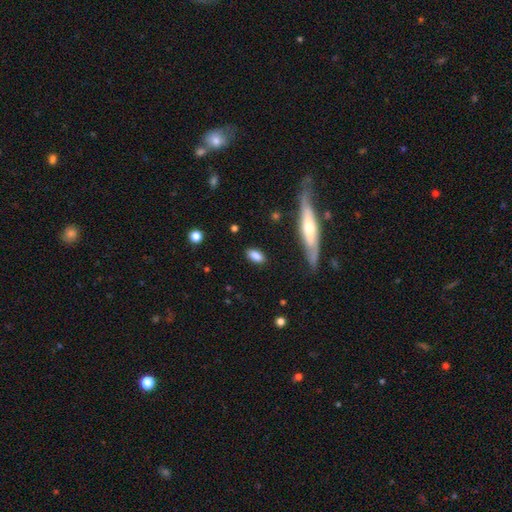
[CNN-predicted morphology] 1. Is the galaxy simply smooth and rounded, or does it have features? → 84% smooth, 9% featured or disk, 7% star or artifact.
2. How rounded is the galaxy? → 85% in between, 10% cigar-shaped, 5% round.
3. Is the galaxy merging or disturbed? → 85% none, 10% minor disturbance, 3% major disturbance, 2% merger.